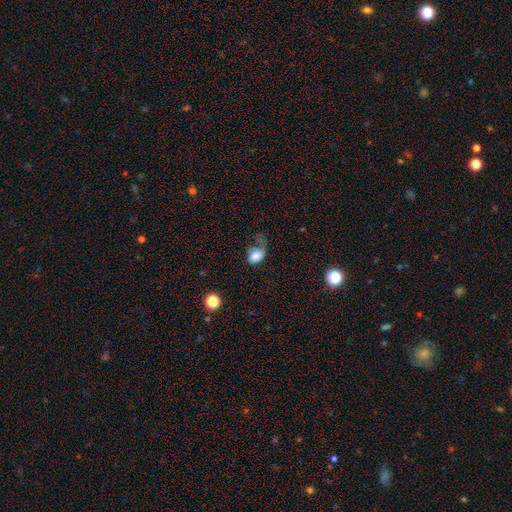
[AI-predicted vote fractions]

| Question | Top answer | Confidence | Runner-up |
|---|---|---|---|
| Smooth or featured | smooth | 76% | featured or disk (15%) |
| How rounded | in between | 65% | round (34%) |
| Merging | major disturbance | 46% | minor disturbance (26%) |